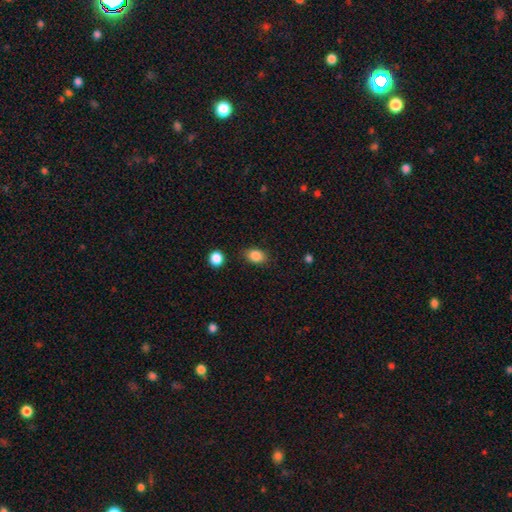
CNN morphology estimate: Smooth or featured?
  - smooth: 86% *
  - star or artifact: 9%
  - featured or disk: 4%
How rounded?
  - in between: 74% *
  - round: 25%
  - cigar-shaped: 1%
Merging?
  - none: 84% *
  - minor disturbance: 11%
  - major disturbance: 3%
  - merger: 2%